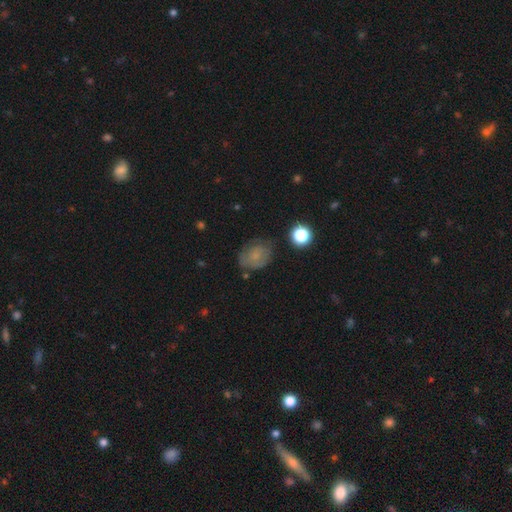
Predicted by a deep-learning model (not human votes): Smooth or featured? Predicted: smooth (p=0.62). How rounded? Predicted: in between (p=0.56). Merging? Predicted: none (p=0.62).